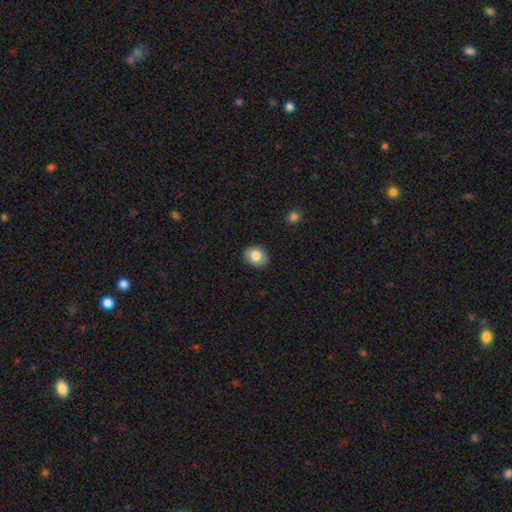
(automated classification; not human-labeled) Morphology: type=smooth (83%); roundness=round (59%); merging=none (88%).